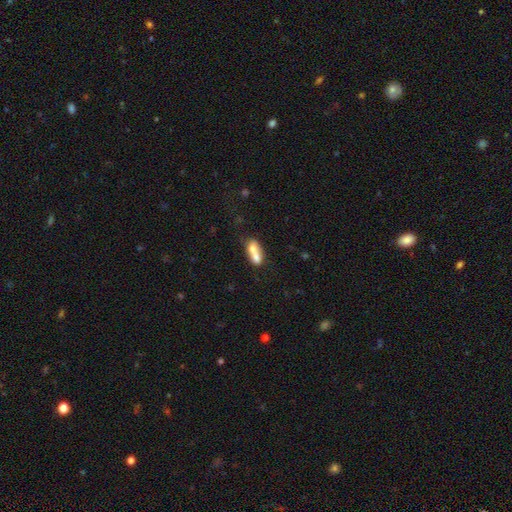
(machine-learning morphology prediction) This appears to be a smooth galaxy with no disk features (64%) that is in between round and cigar-shaped (68%). Merging: merger (61%).